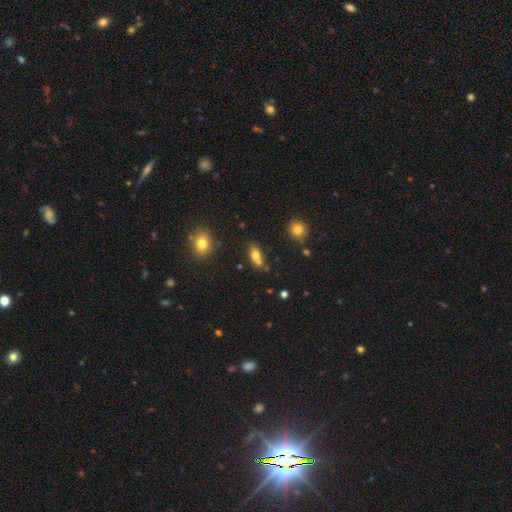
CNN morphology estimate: smooth-or-featured: smooth: 71% | featured or disk: 18% | star or artifact: 11%
  how-rounded: in between: 79% | round: 11% | cigar-shaped: 10%
  merging: none: 55% | merger: 25% | minor disturbance: 15% | major disturbance: 5%